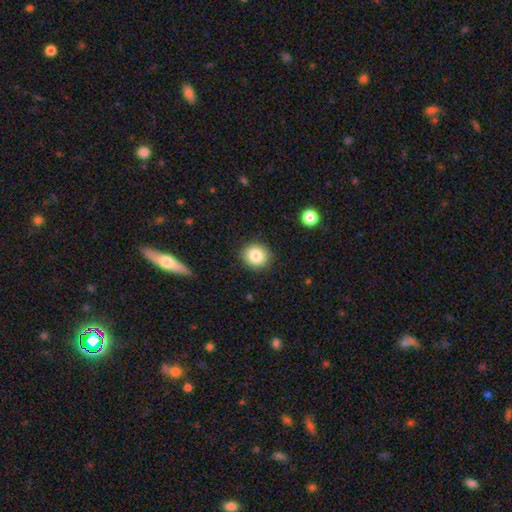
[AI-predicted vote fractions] A smooth galaxy with no disk features (83%) that is round (85%).

Vote fractions:
- Smooth or featured? smooth: 83% / star or artifact: 9% / featured or disk: 7%
- How rounded? round: 85% / in between: 14% / cigar-shaped: 1%
- Merging? none: 89% / minor disturbance: 8% / major disturbance: 2% / merger: 1%